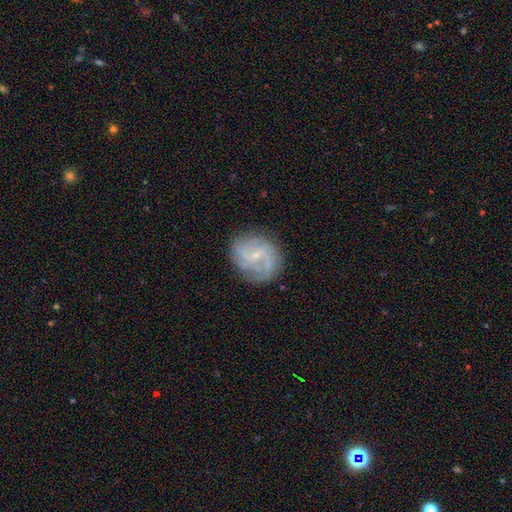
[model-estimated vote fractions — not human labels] Q: Smooth or featured?
A: featured or disk (79%); runner-up: smooth (14%)
Q: Edge-on disk?
A: no (98%); runner-up: yes (2%)
Q: Bar?
A: no (50%); runner-up: weak (41%)
Q: Spiral arms?
A: yes (94%); runner-up: no (6%)
Q: Spiral winding?
A: medium (45%); runner-up: tight (29%)
Q: Spiral arm count?
A: 2 (38%); runner-up: can't tell (22%)
Q: Bulge size?
A: small (80%); runner-up: moderate (14%)
Q: Merging?
A: none (78%); runner-up: minor disturbance (15%)